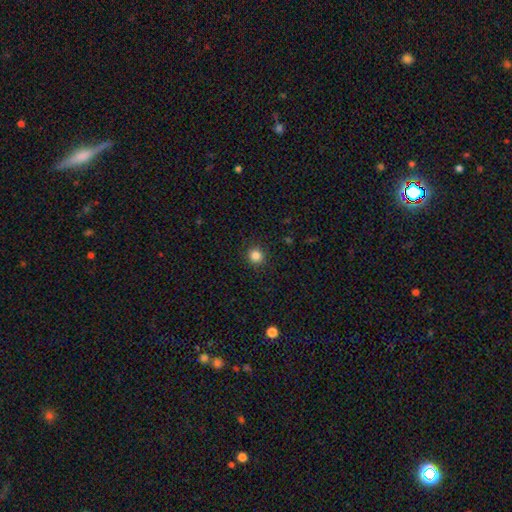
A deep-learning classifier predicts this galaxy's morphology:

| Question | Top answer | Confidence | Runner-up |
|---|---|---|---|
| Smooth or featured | smooth | 84% | star or artifact (12%) |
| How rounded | round | 92% | in between (7%) |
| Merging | none | 91% | minor disturbance (6%) |